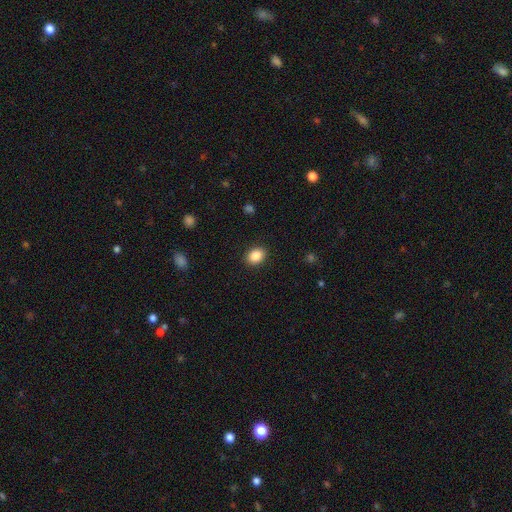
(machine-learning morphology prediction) Overall: smooth (87%). How rounded: in between (63%; round 37%). Merging: none (90%).